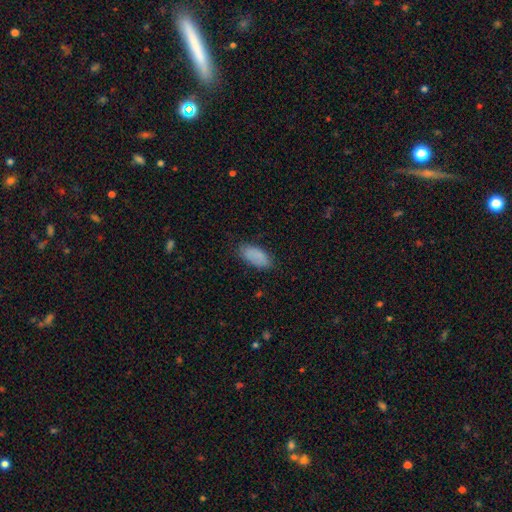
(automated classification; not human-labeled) The model was most divided on "merging": none: 77%, minor disturbance: 18%, major disturbance: 4%, merger: 1%. More confident: how rounded — in between (91%); smooth or featured — smooth (86%).